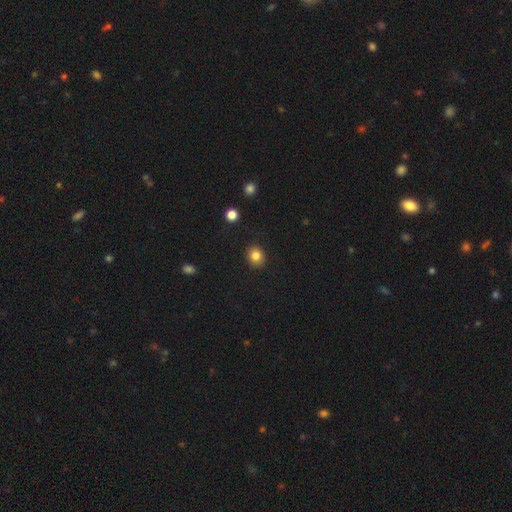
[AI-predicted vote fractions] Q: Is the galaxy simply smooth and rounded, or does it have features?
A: smooth — 84%.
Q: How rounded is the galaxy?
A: round — 71%.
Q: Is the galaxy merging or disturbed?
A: none — 89%.